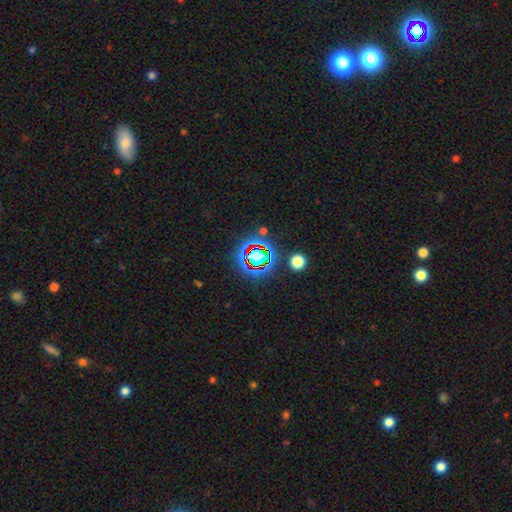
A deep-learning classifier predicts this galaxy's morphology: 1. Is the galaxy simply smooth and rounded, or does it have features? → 66% star or artifact, 22% smooth, 12% featured or disk.